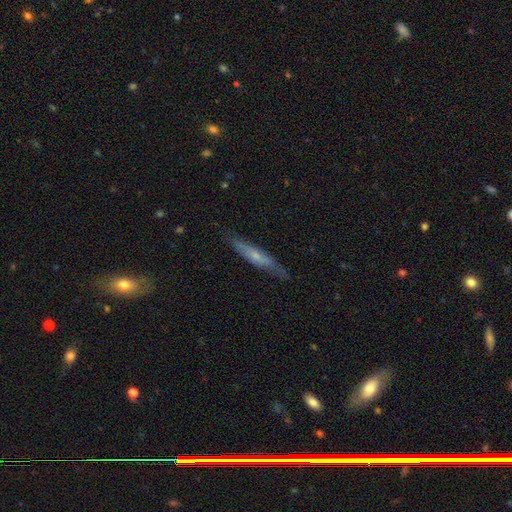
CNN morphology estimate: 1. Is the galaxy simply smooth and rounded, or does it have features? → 53% featured or disk, 40% smooth, 6% star or artifact.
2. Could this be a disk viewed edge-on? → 75% yes, 25% no.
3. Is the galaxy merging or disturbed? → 78% none, 17% minor disturbance, 4% major disturbance, 1% merger.